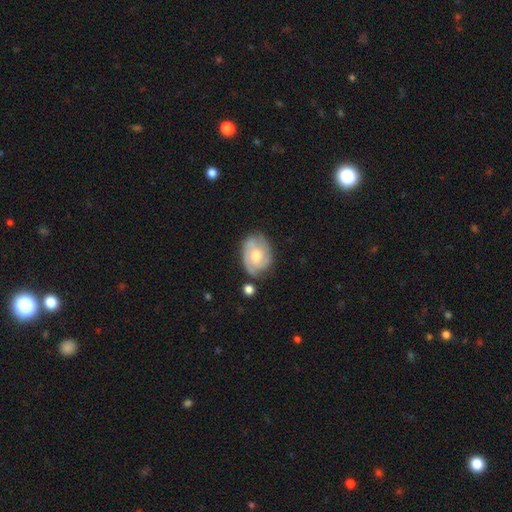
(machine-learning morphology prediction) type=featured or disk (64%); edge-on=no (96%); bar=no (69%); spiral arms=yes (85%); winding=tight (53%); arm count=2 (36%); bulge=moderate (66%); merging=none (60%).